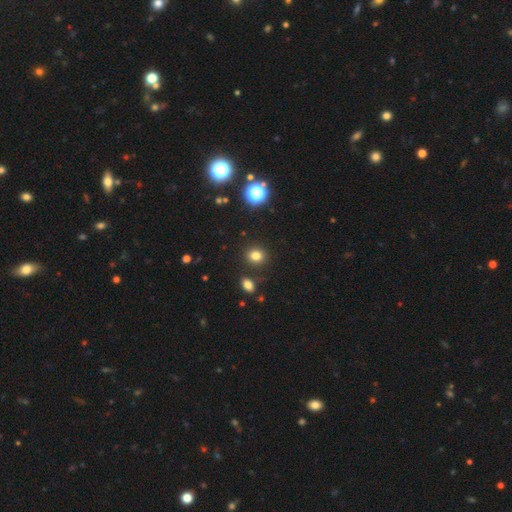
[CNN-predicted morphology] Smooth or featured? smooth (79%)
How rounded? round (74%)
Merging? none (86%)